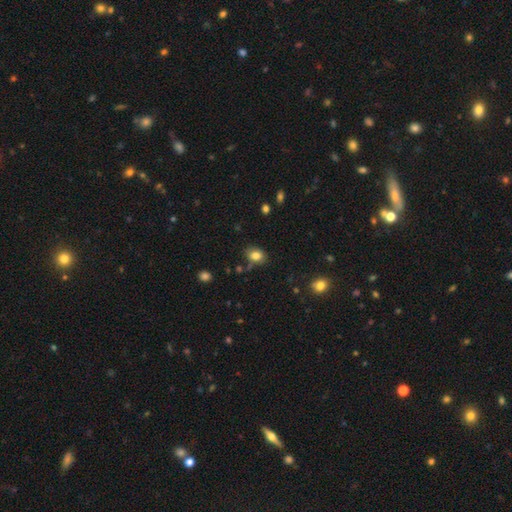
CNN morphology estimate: Smooth or featured? smooth (82%)
How rounded? in between (63%)
Merging? none (75%)